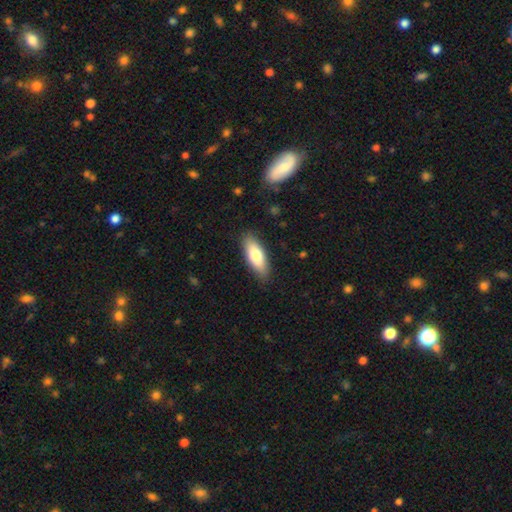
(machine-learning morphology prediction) smooth 74%, featured or disk 20%, star or artifact 6%. Down the decision tree: how rounded — in between (72%); merging — none (87%).